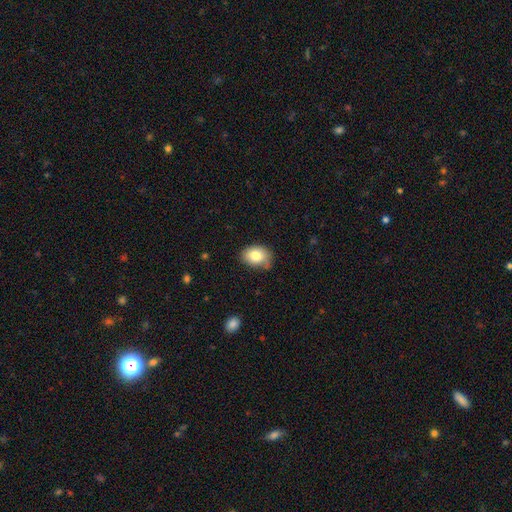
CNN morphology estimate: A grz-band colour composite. It shows a smooth galaxy with no disk features (81%) that is in between round and cigar-shaped (75%). Merging: none (68%).